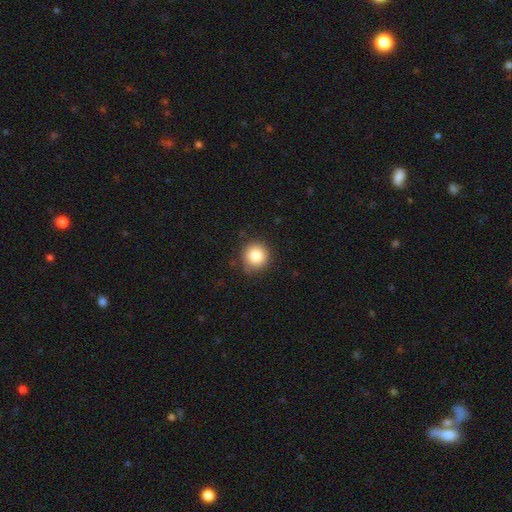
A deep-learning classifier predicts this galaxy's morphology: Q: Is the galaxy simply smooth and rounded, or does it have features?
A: smooth — 84%.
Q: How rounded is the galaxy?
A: round — 94%.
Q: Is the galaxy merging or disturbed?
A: none — 83%.